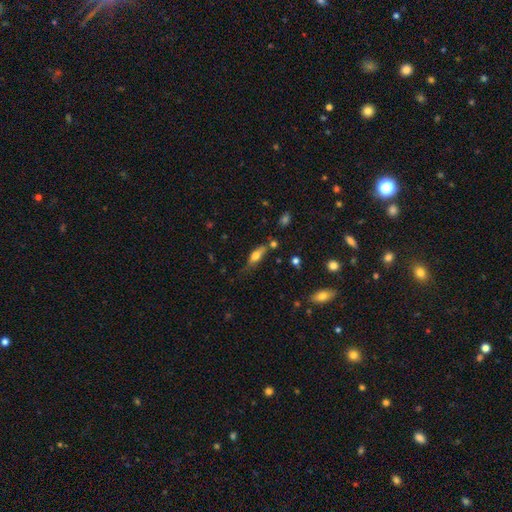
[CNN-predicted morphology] Smooth or featured: smooth — 57% (featured or disk — 35%)
How rounded: in between — 58% (cigar-shaped — 38%)
Merging: none — 59% (minor disturbance — 26%)